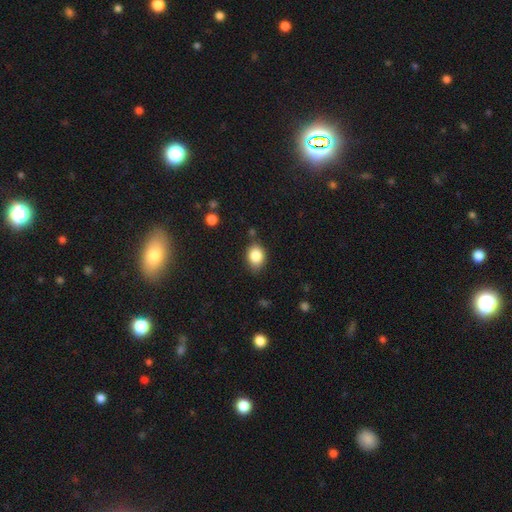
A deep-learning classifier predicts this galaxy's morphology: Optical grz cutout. It shows a smooth galaxy with no disk features (85%) that is in between round and cigar-shaped (62%). Merging: none (74%).